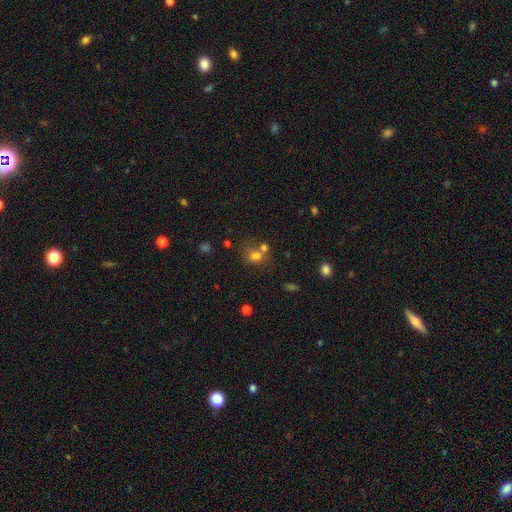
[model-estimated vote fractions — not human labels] Morphology: type=smooth (72%); roundness=round (64%); merging=none (43%).